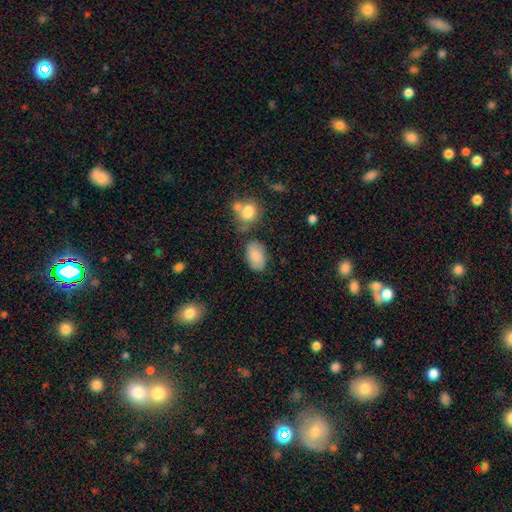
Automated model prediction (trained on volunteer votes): The model was most divided on "merging": none: 71%, minor disturbance: 18%, merger: 7%, major disturbance: 5%. More confident: how rounded — in between (89%); smooth or featured — smooth (83%).